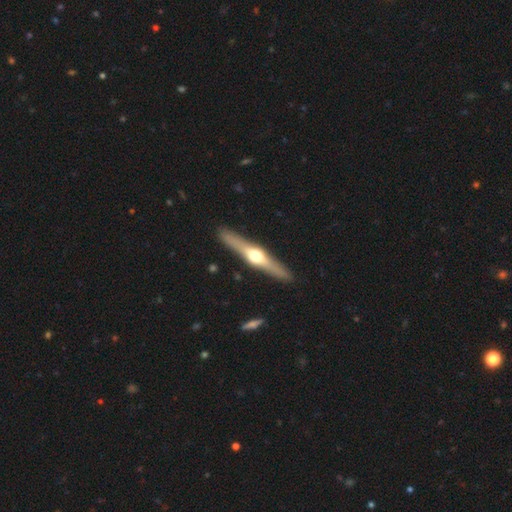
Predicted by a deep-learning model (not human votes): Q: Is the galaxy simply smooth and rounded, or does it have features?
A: featured or disk — 74%.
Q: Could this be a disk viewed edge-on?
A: yes — 97%.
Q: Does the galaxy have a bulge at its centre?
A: rounded — 95%.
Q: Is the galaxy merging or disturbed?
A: none — 91%.